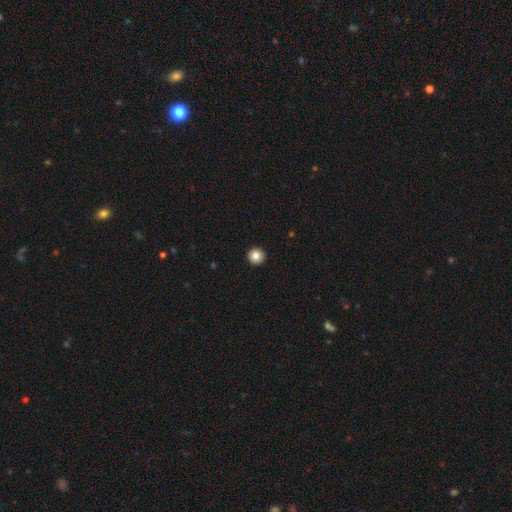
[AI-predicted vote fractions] Smooth or featured: smooth — 83% (star or artifact — 10%)
How rounded: round — 97% (in between — 2%)
Merging: none — 94% (minor disturbance — 4%)